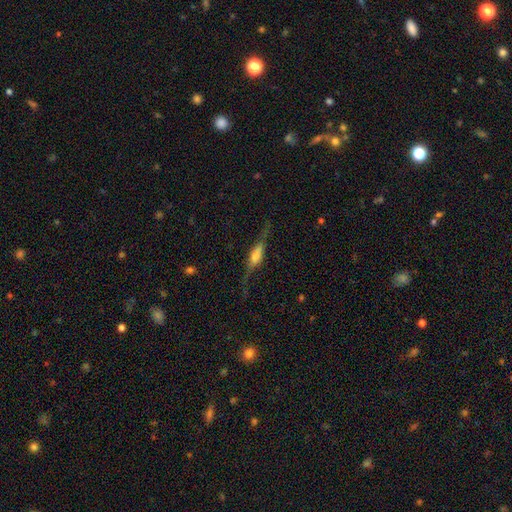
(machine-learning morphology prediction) smooth_or_featured: featured or disk (p=0.67) [alt: smooth p=0.25]
disk_edge_on: yes (p=0.93) [alt: no p=0.07]
edge_on_bulge: rounded (p=0.60) [alt: boxy p=0.34]
merging: none (p=0.72) [alt: minor disturbance p=0.17]